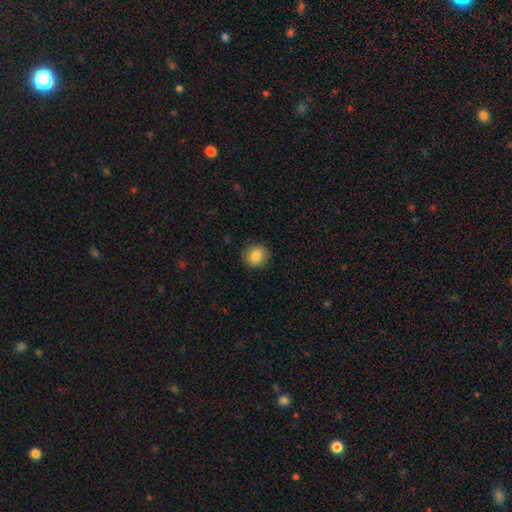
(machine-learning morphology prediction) Q: Smooth or featured?
A: smooth (84%); runner-up: star or artifact (9%)
Q: How rounded?
A: round (86%); runner-up: in between (14%)
Q: Merging?
A: none (88%); runner-up: minor disturbance (9%)